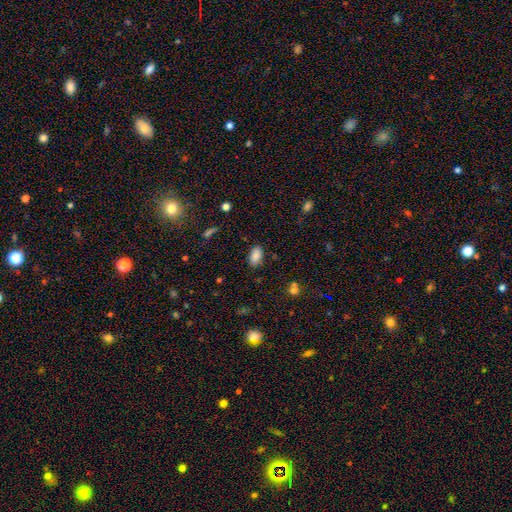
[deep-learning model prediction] This is clearly a smooth galaxy (86%). How rounded: clearly in between (93%). Merging: clearly none (85%).